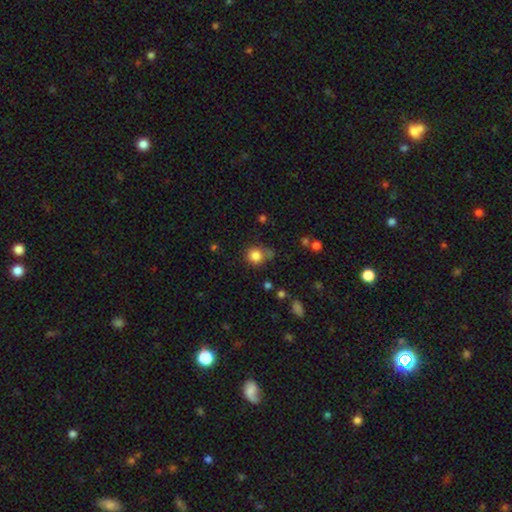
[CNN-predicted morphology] Smooth or featured? smooth (84%)
How rounded? round (88%)
Merging? none (69%)